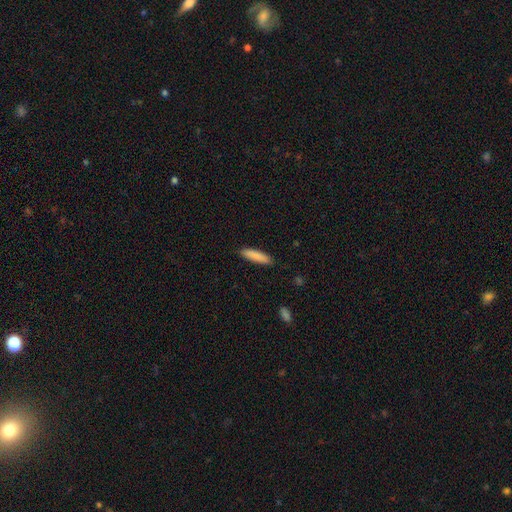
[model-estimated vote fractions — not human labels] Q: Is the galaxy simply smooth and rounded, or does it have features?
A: smooth — 87%.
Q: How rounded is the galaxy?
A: cigar-shaped — 75%.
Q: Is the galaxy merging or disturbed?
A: none — 89%.